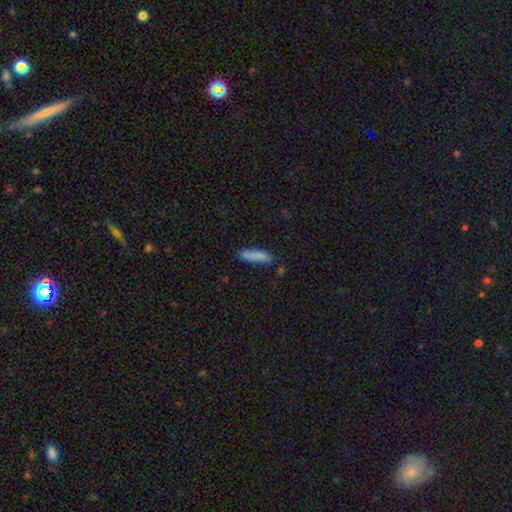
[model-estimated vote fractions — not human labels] Q: Smooth or featured?
A: smooth (86%); runner-up: featured or disk (8%)
Q: How rounded?
A: cigar-shaped (72%); runner-up: in between (26%)
Q: Merging?
A: none (78%); runner-up: minor disturbance (16%)